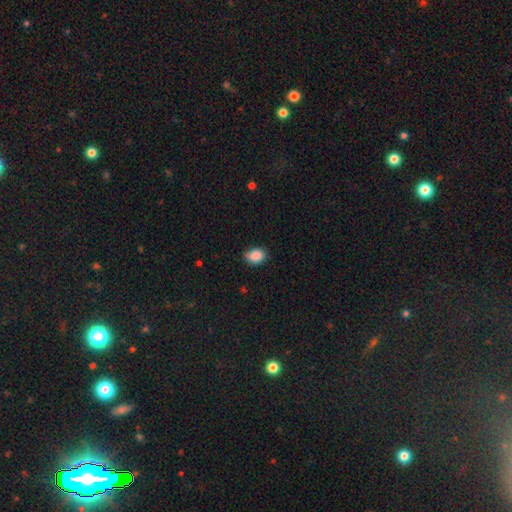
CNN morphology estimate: type=smooth (88%); roundness=in between (69%); merging=none (78%).